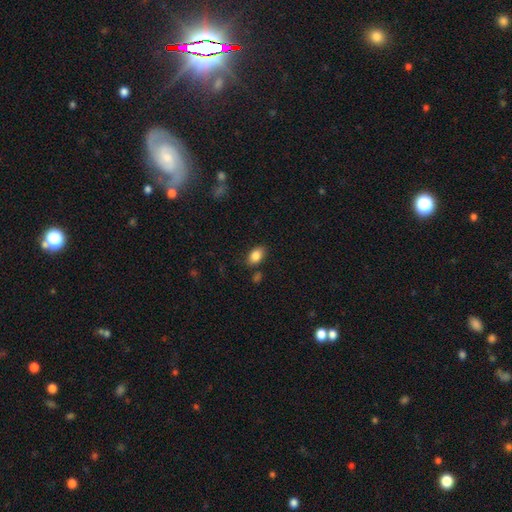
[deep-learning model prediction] smooth_or_featured: smooth (p=0.84) [alt: star or artifact p=0.08]
how_rounded: in between (p=0.87) [alt: round p=0.11]
merging: none (p=0.80) [alt: minor disturbance p=0.13]